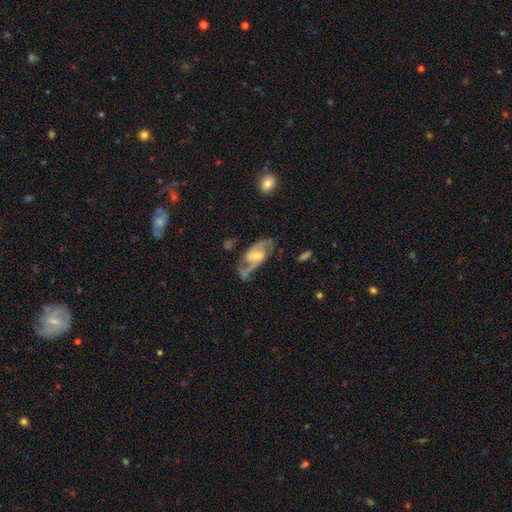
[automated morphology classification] smooth_or_featured: featured or disk (p=0.80) [alt: smooth p=0.14]
disk_edge_on: no (p=0.94) [alt: yes p=0.06]
bar: weak (p=0.48) [alt: no p=0.31]
has_spiral_arms: yes (p=0.91) [alt: no p=0.09]
spiral_winding: medium (p=0.49) [alt: loose p=0.33]
spiral_arm_count: 2 (p=0.86) [alt: can't tell p=0.07]
bulge_size: moderate (p=0.52) [alt: small p=0.35]
merging: none (p=0.62) [alt: minor disturbance p=0.21]